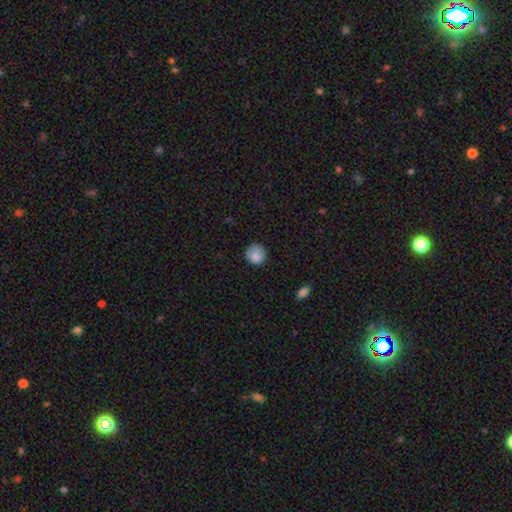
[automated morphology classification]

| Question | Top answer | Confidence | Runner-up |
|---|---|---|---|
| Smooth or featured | smooth | 84% | star or artifact (8%) |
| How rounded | round | 89% | in between (10%) |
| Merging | none | 76% | minor disturbance (19%) |